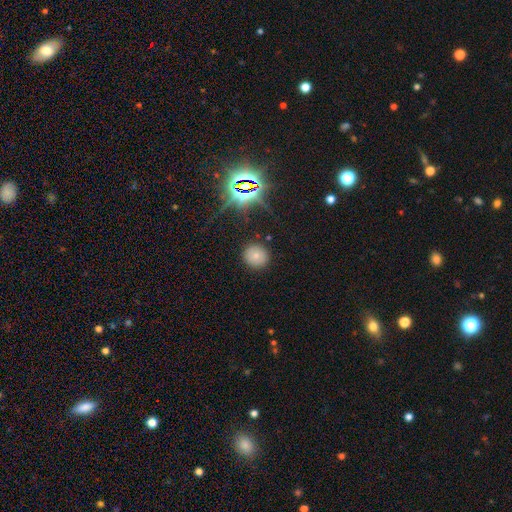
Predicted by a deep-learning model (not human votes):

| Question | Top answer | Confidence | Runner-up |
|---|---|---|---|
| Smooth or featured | smooth | 70% | star or artifact (19%) |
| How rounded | round | 88% | in between (11%) |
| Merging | none | 88% | minor disturbance (8%) |